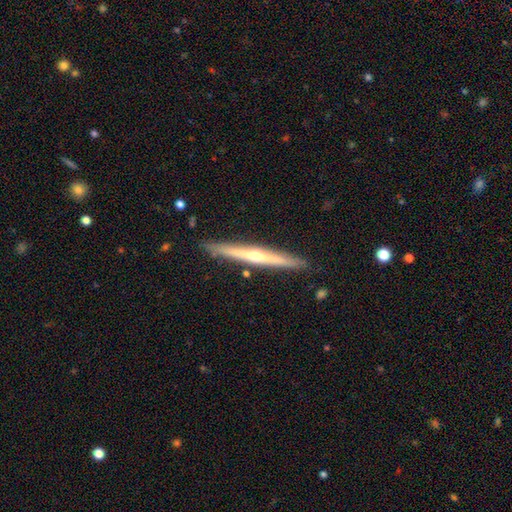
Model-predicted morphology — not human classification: Overall: featured or disk (72%). Edge-on disk: yes (97%). Edge-on bulge: rounded (79%). Merging: none (90%).